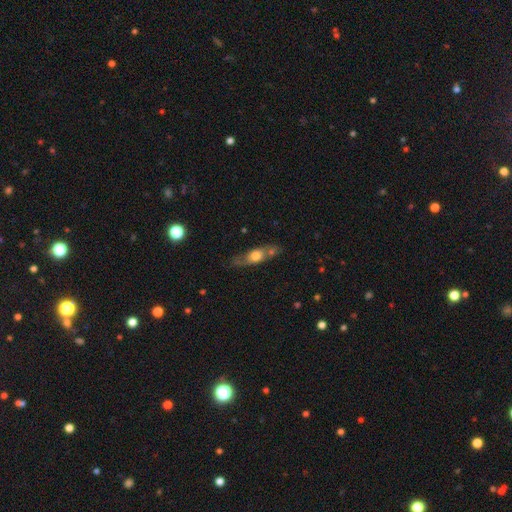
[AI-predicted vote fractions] Smooth or featured? Predicted: featured or disk (p=0.51). Edge-on disk? Predicted: yes (p=0.69). Merging? Predicted: none (p=0.67).